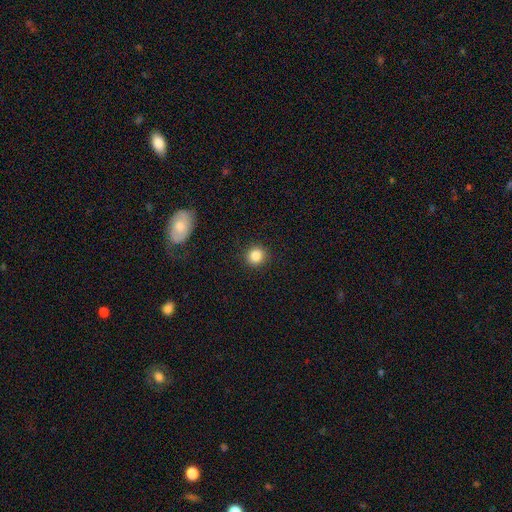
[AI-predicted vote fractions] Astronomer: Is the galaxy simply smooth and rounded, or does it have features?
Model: smooth — 85%.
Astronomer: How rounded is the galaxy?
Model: round — 92%.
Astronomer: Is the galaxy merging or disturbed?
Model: none — 92%.